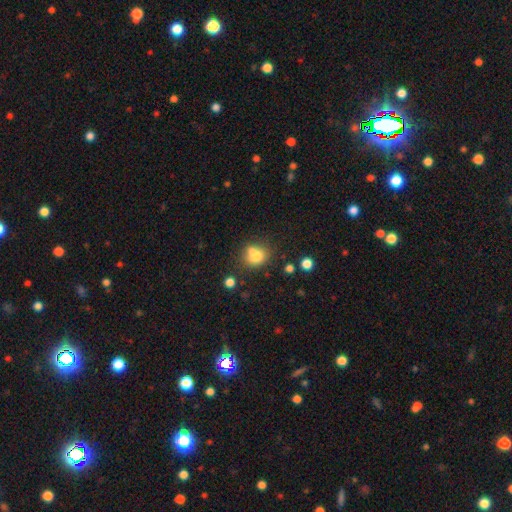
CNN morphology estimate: A smooth galaxy with no disk features (72%) that is round (60%).

Vote fractions:
- Smooth or featured? smooth: 72% / featured or disk: 15% / star or artifact: 13%
- How rounded? round: 60% / in between: 38% / cigar-shaped: 2%
- Merging? none: 43% / merger: 29% / minor disturbance: 18% / major disturbance: 9%